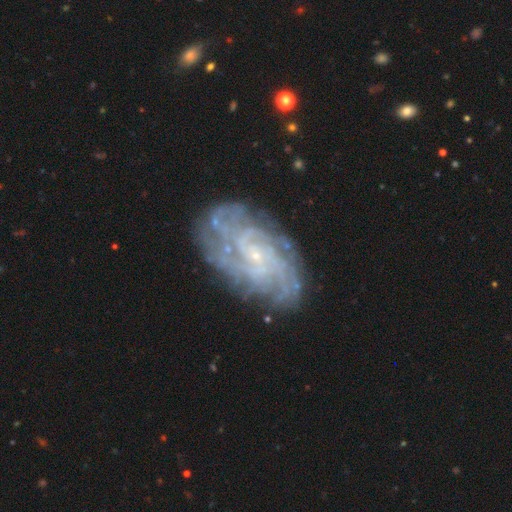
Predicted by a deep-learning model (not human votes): This appears to be a featured or disk galaxy (88%) with no bar (65%), tight (66%) spiral arms (96%) and a small central bulge (84%). Merging: none (78%).